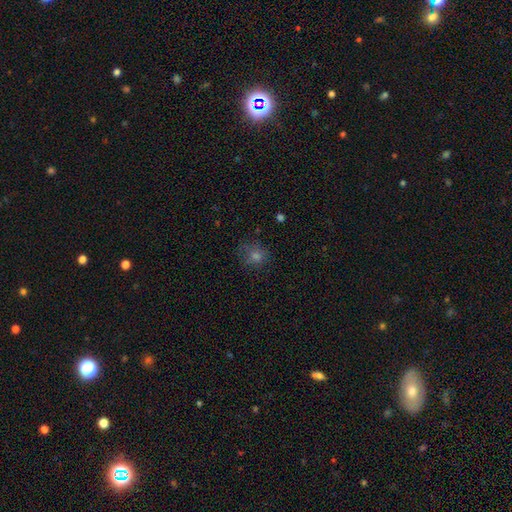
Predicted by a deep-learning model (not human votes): The model was most divided on "smooth or featured": smooth: 62%, star or artifact: 25%, featured or disk: 13%. More confident: how rounded — round (80%); merging — none (74%).